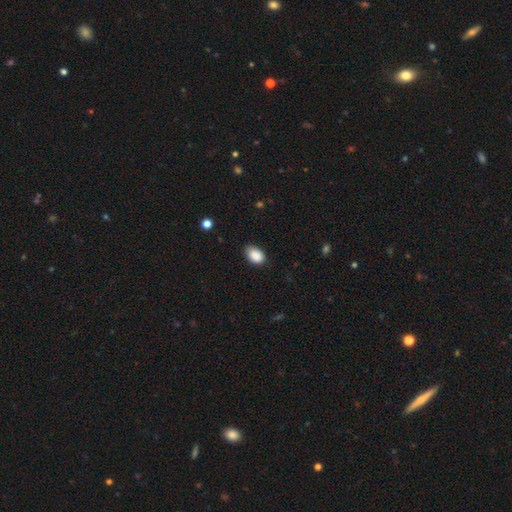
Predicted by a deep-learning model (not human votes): Morphology: type=smooth (89%); roundness=in between (88%); merging=none (76%).